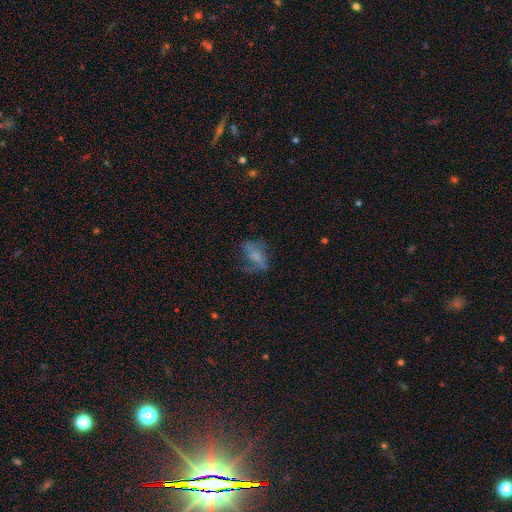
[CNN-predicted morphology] Q: Smooth or featured?
A: smooth (48%); runner-up: featured or disk (40%)
Q: Merging?
A: none (44%); runner-up: major disturbance (29%)